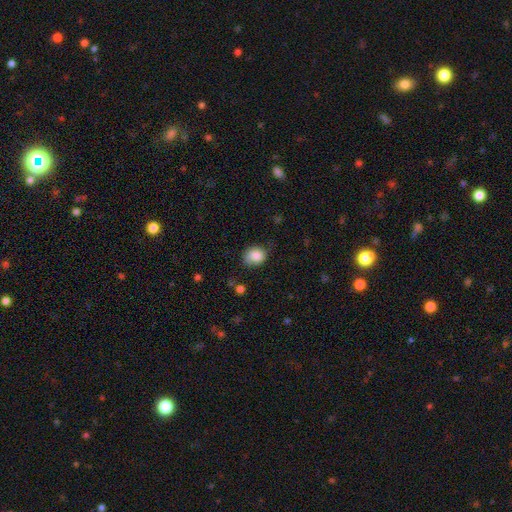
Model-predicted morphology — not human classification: type=smooth (80%); roundness=round (54%); merging=none (61%).